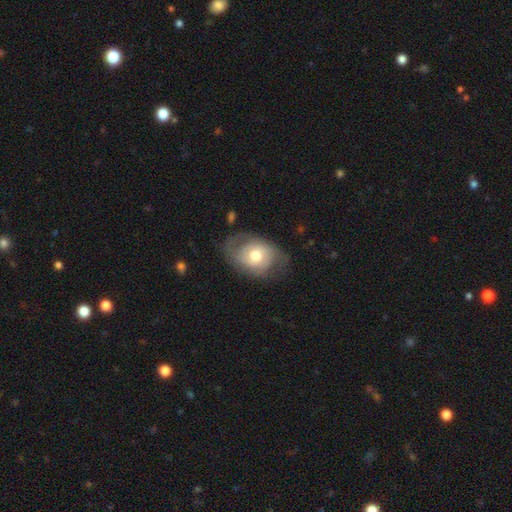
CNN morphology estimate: Smooth or featured? Predicted: featured or disk (p=0.51). Edge-on disk? Predicted: no (p=0.95). Merging? Predicted: none (p=0.55).